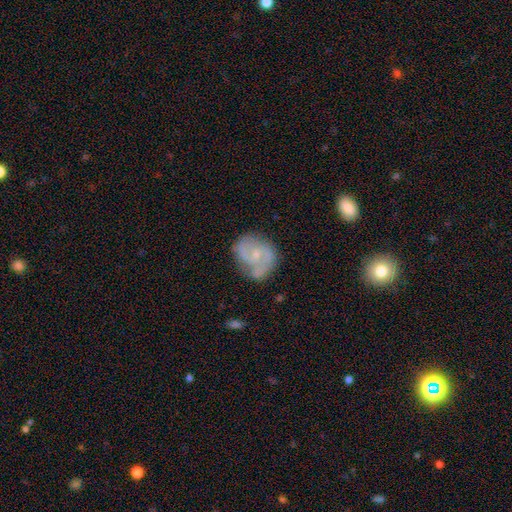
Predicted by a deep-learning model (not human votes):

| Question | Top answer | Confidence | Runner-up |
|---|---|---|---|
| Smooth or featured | featured or disk | 73% | smooth (20%) |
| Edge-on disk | no | 98% | yes (2%) |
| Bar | no | 61% | weak (34%) |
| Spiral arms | yes | 88% | no (12%) |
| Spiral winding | medium | 48% | tight (31%) |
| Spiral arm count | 2 | 71% | can't tell (14%) |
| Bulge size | small | 70% | moderate (22%) |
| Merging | none | 60% | minor disturbance (24%) |